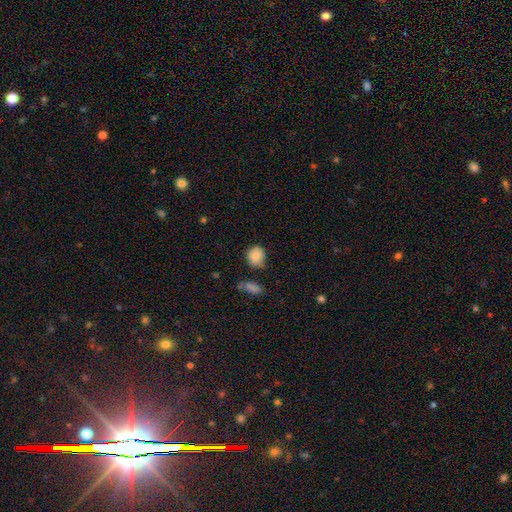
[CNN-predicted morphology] Smooth or featured?
  - smooth: 86% *
  - star or artifact: 9%
  - featured or disk: 5%
How rounded?
  - round: 74% *
  - in between: 25%
  - cigar-shaped: 1%
Merging?
  - none: 69% *
  - minor disturbance: 21%
  - merger: 5%
  - major disturbance: 5%